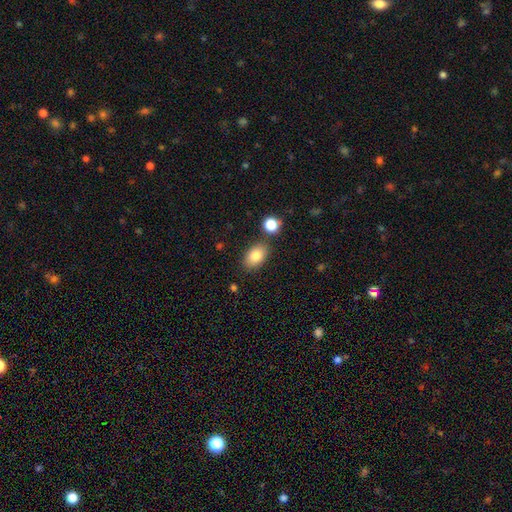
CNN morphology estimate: A smooth galaxy with no disk features (83%) that is in between round and cigar-shaped (88%). Merging: none (80%).